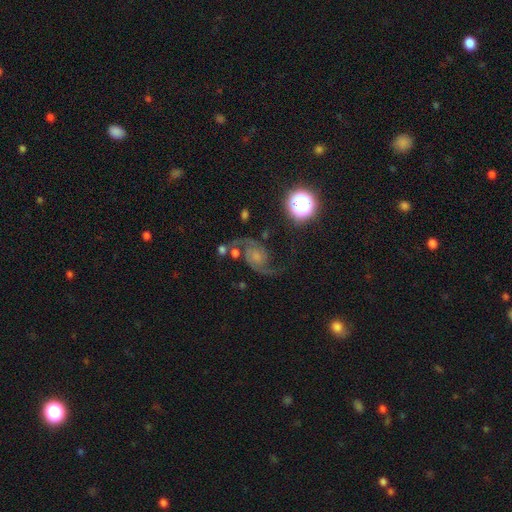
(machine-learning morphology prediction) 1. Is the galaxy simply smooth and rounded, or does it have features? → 83% featured or disk, 10% star or artifact, 7% smooth.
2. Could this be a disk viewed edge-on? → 98% no, 2% yes.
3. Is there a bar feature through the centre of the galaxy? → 69% no, 26% weak, 5% strong.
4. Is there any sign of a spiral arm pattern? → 97% yes, 3% no.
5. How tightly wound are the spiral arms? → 44% medium, 43% loose, 13% tight.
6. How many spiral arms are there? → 93% 2, 2% can't tell, 2% 1, 1% 3, 1% 4, 1% more than 4.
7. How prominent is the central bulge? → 43% small, 33% moderate, 15% none, 7% large, 2% dominant.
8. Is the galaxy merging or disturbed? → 64% none, 17% minor disturbance, 12% major disturbance, 7% merger.